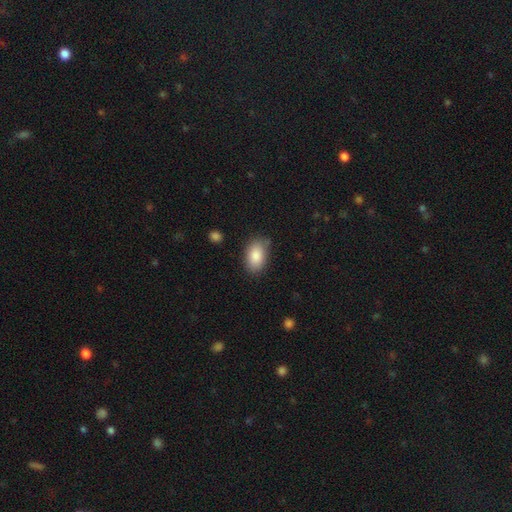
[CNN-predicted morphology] This appears to be a smooth galaxy with no disk features (86%) that is in between round and cigar-shaped (90%). Merging: none (76%).